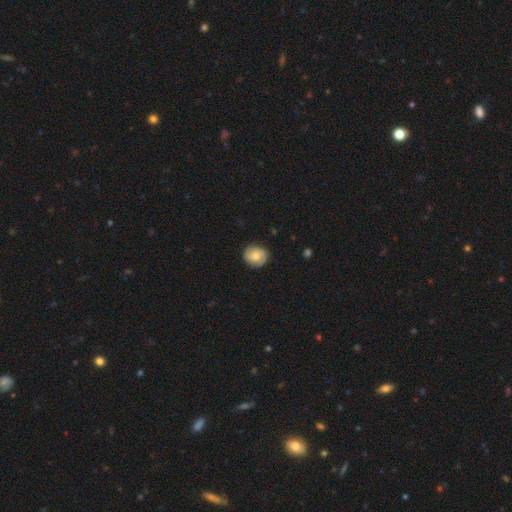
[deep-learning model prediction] This is possibly a smooth galaxy (52%). How rounded: likely round (77%). Merging: clearly none (83%).